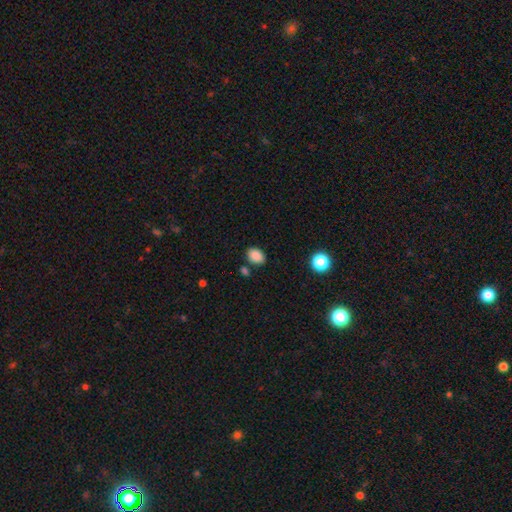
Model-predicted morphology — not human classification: This appears to be a smooth galaxy with no disk features (87%) that is in between round and cigar-shaped (75%). Merging: none (80%).